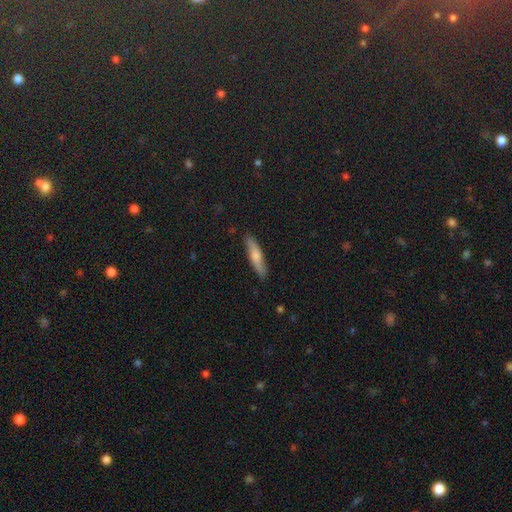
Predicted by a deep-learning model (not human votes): Overall: smooth (65%; featured or disk 29%). How rounded: cigar-shaped (82%). Merging: none (86%).